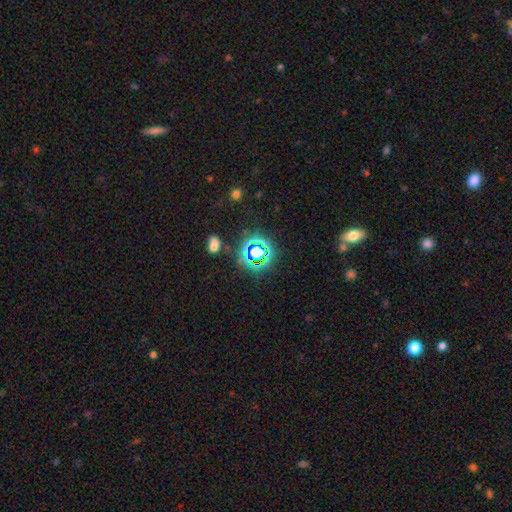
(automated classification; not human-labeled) This appears to be a star or artifact, not a galaxy (70%).